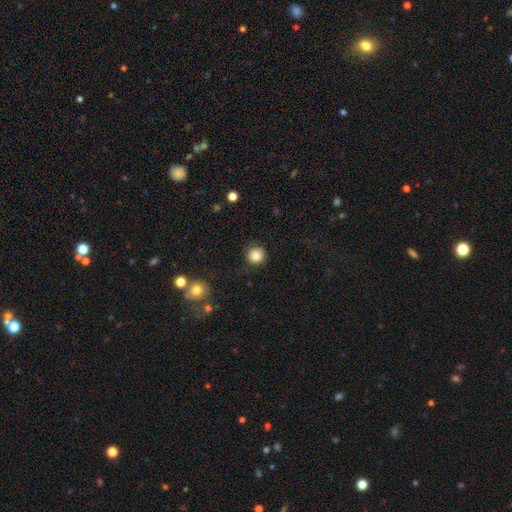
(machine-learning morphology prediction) smooth 84%, star or artifact 10%, featured or disk 6%. Down the decision tree: how rounded — round (94%); merging — none (86%).